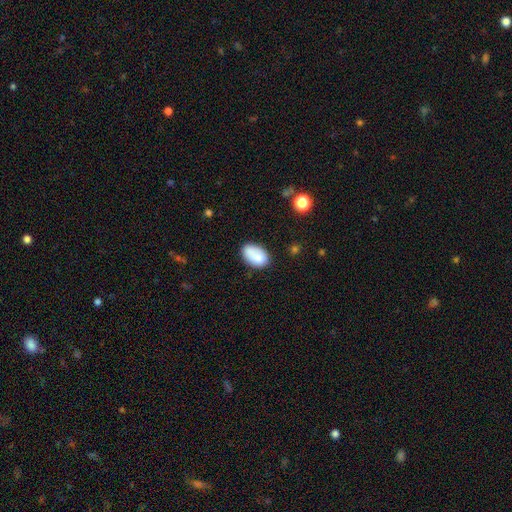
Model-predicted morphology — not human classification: Smooth or featured: smooth — 83% (featured or disk — 9%)
How rounded: in between — 89% (round — 9%)
Merging: none — 67% (minor disturbance — 20%)